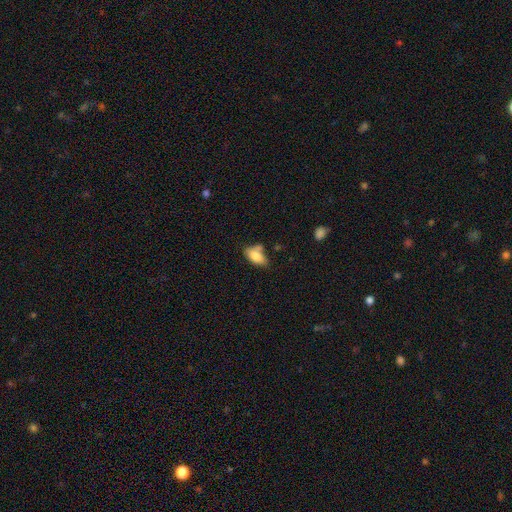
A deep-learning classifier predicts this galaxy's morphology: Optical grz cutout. It shows a smooth galaxy with no disk features (80%) that is in between round and cigar-shaped (90%). Merging: none (51%).